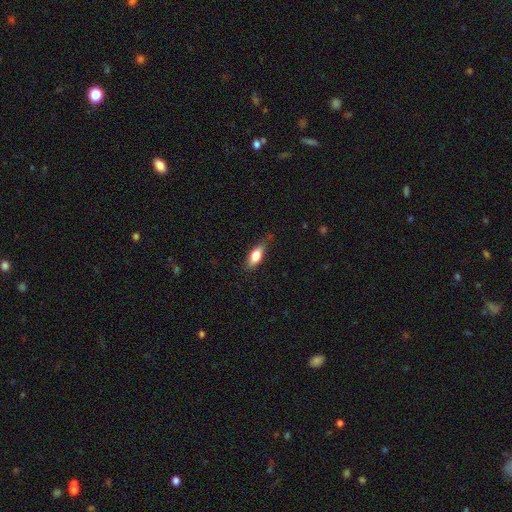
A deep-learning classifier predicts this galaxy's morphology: smooth-or-featured: smooth: 73% | featured or disk: 20% | star or artifact: 7%
  how-rounded: in between: 73% | cigar-shaped: 23% | round: 4%
  merging: none: 73% | minor disturbance: 21% | major disturbance: 4% | merger: 2%